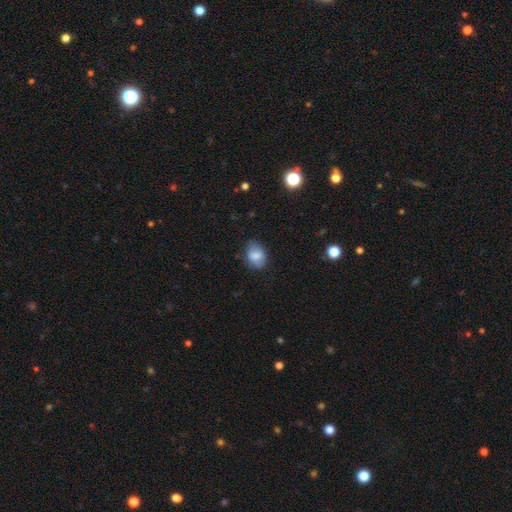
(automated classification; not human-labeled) Smooth or featured?
  - smooth: 77% *
  - featured or disk: 14%
  - star or artifact: 8%
How rounded?
  - in between: 72% *
  - round: 27%
  - cigar-shaped: 1%
Merging?
  - none: 69% *
  - minor disturbance: 23%
  - major disturbance: 6%
  - merger: 2%